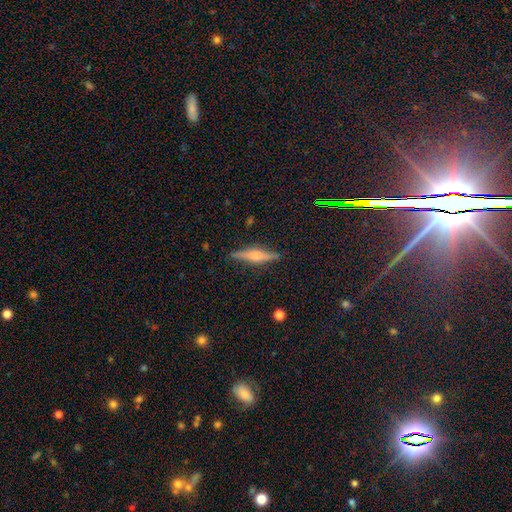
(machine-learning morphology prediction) Q: Smooth or featured?
A: featured or disk (63%); runner-up: smooth (28%)
Q: Edge-on disk?
A: yes (96%); runner-up: no (4%)
Q: Edge-on bulge?
A: rounded (80%); runner-up: boxy (13%)
Q: Merging?
A: none (88%); runner-up: minor disturbance (9%)